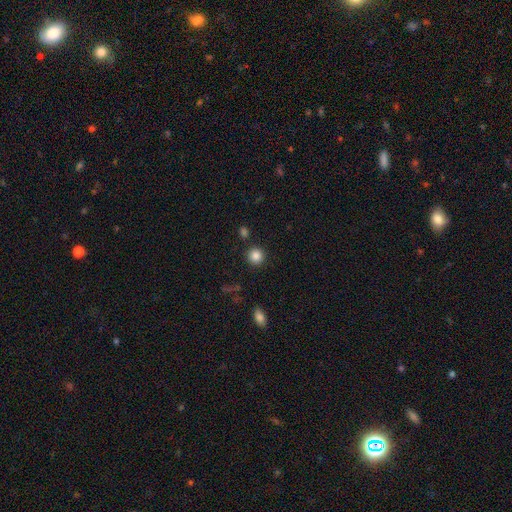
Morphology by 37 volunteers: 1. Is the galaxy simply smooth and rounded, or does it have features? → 89% smooth, 8% featured or disk, 3% star or artifact.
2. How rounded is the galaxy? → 88% round, 12% in between, 0% cigar-shaped.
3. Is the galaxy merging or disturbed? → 86% none, 8% major disturbance, 6% minor disturbance, 0% merger.